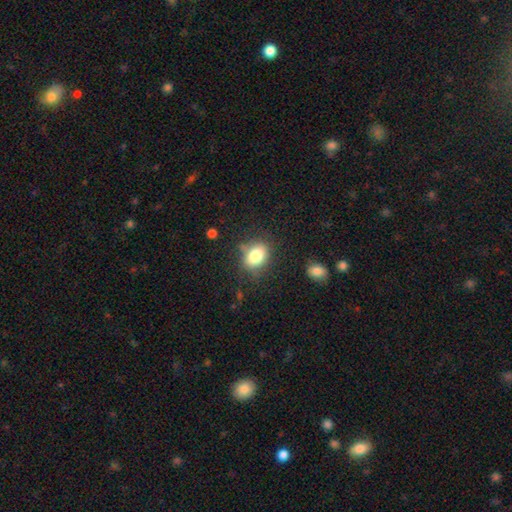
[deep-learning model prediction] Smooth or featured? Predicted: smooth (p=0.82). How rounded? Predicted: in between (p=0.68). Merging? Predicted: none (p=0.74).